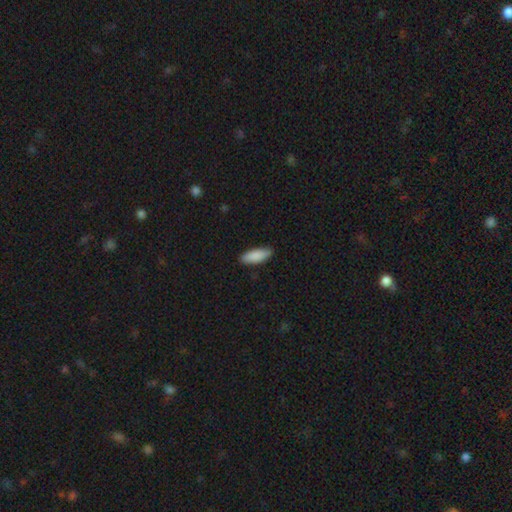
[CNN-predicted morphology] This appears to be a smooth galaxy with no disk features (89%) that is in between round and cigar-shaped (67%). Merging: none (88%).